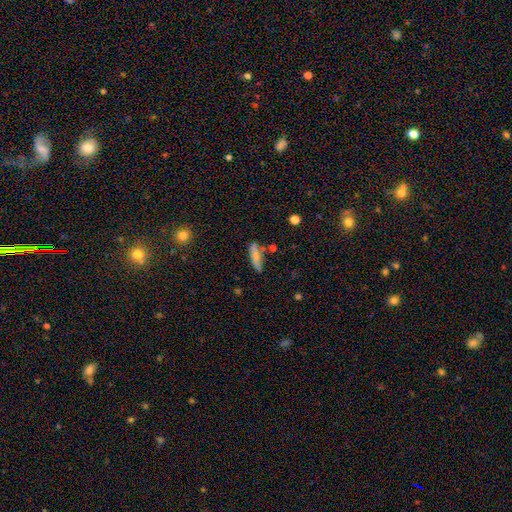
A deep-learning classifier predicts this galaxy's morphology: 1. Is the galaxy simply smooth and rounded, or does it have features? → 72% smooth, 21% featured or disk, 7% star or artifact.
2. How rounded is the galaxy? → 65% cigar-shaped, 33% in between, 3% round.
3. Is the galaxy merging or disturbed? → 66% none, 21% minor disturbance, 8% merger, 5% major disturbance.